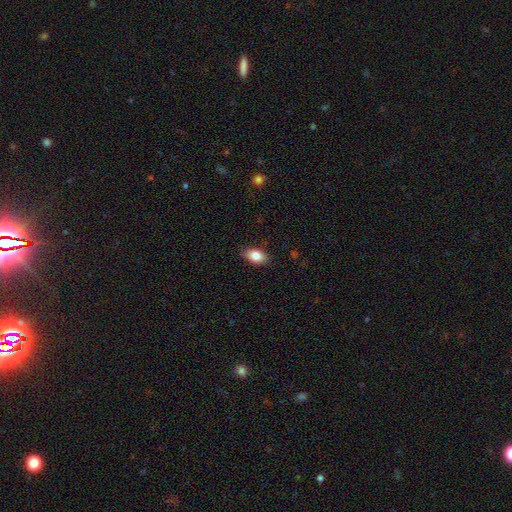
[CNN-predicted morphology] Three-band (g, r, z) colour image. It shows a smooth galaxy with no disk features (84%) that is in between round and cigar-shaped (89%). Merging: none (86%).